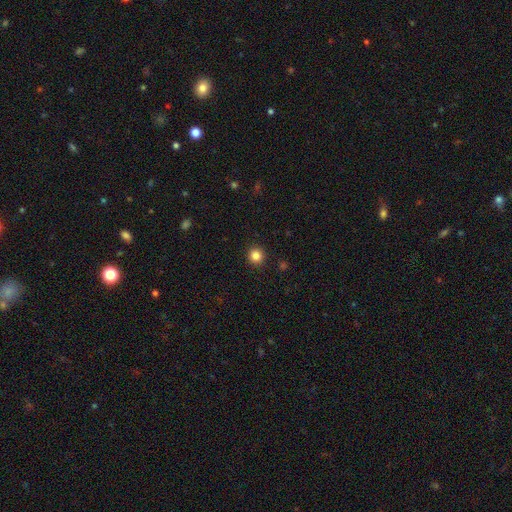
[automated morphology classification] This is clearly a smooth galaxy (84%). How rounded: clearly round (94%). Merging: clearly none (93%).